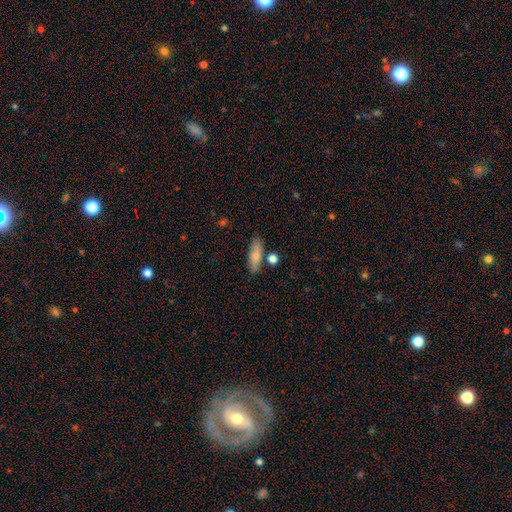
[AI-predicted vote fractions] This is clearly a smooth galaxy (81%). How rounded: possibly cigar-shaped (49%). Merging: likely none (76%).